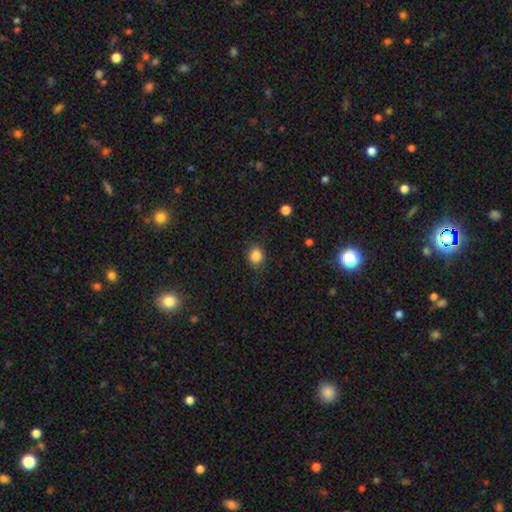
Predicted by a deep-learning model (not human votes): This is clearly a smooth galaxy (85%). How rounded: likely round (72%). Merging: clearly none (83%).